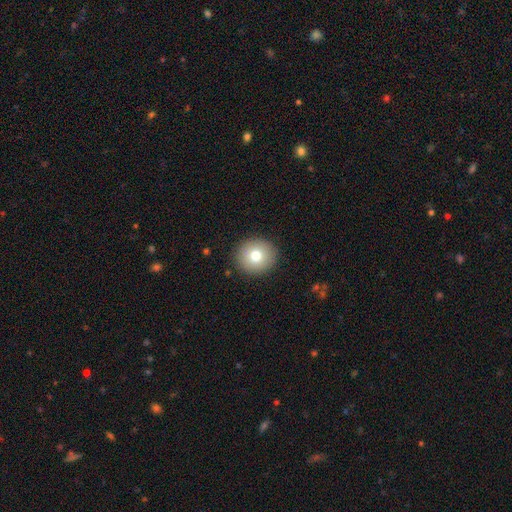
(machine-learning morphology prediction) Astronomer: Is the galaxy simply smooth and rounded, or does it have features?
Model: smooth — 77%.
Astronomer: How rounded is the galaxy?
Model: round — 88%.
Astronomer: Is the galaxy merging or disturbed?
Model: none — 90%.